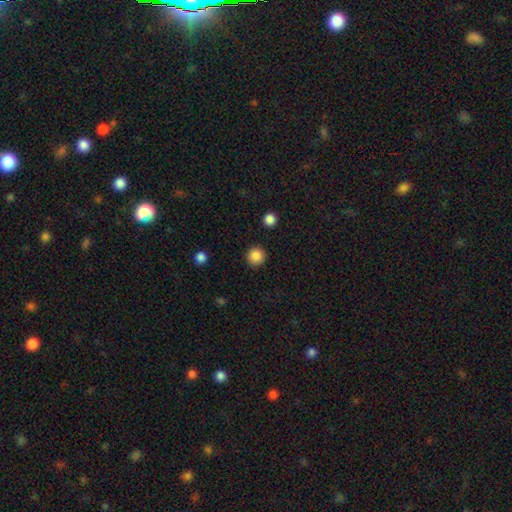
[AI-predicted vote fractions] Smooth or featured? smooth (87%)
How rounded? round (95%)
Merging? none (92%)